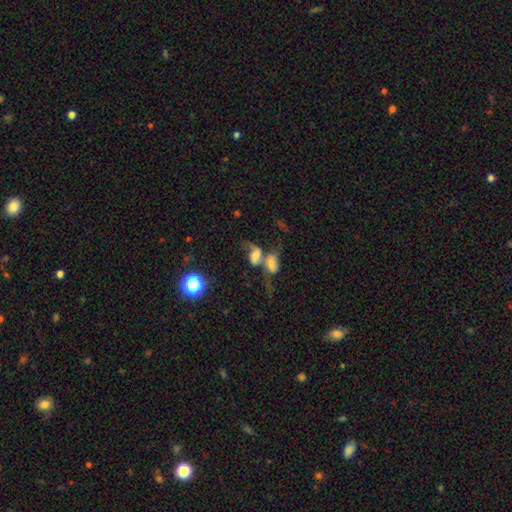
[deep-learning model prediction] The model was most divided on "smooth or featured": featured or disk: 45%, smooth: 42%, star or artifact: 14%. More confident: merging — merger (73%).